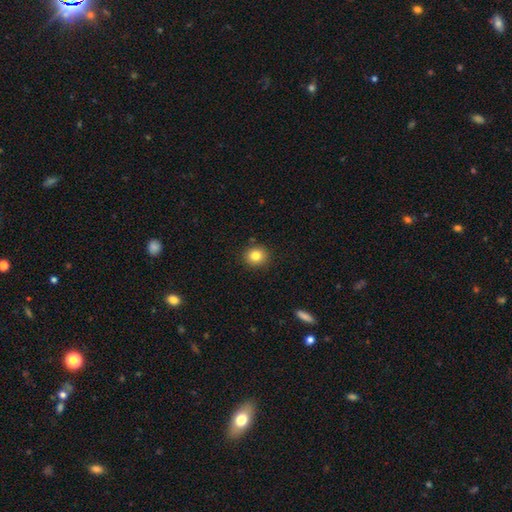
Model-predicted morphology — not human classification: Smooth or featured: smooth — 82% (star or artifact — 11%)
How rounded: round — 84% (in between — 15%)
Merging: none — 89% (minor disturbance — 7%)